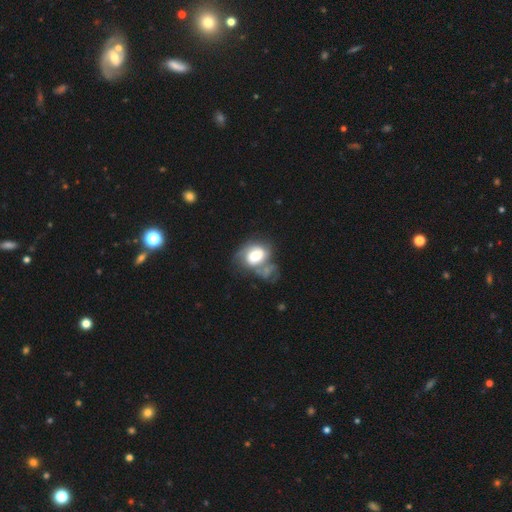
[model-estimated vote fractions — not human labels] Smooth or featured? Predicted: featured or disk (p=0.51). Edge-on disk? Predicted: no (p=0.97). Merging? Predicted: none (p=0.28).